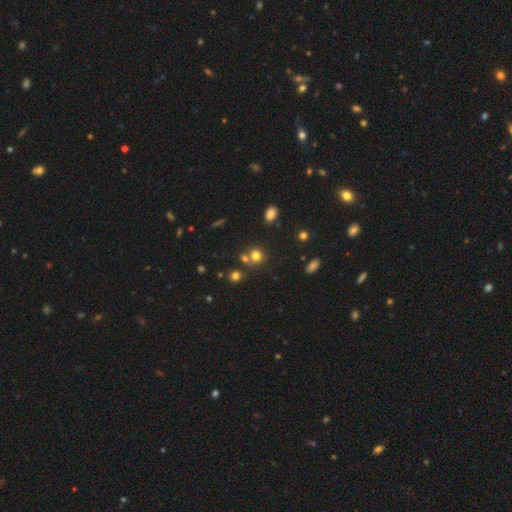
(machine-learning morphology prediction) The model was most divided on "merging": none: 57%, merger: 30%, minor disturbance: 9%, major disturbance: 4%. More confident: how rounded — round (83%); smooth or featured — smooth (73%).